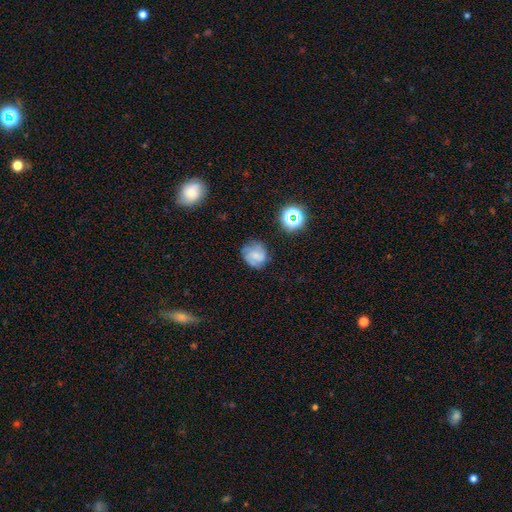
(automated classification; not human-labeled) Morphology: type=featured or disk (44%); merging=none (70%).